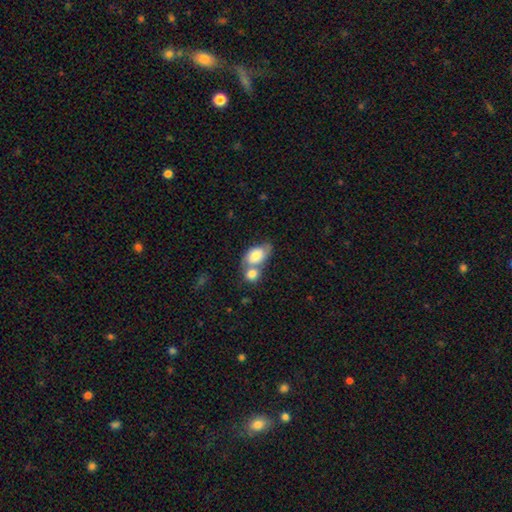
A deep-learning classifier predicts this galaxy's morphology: type=smooth (74%); roundness=in between (82%); merging=merger (60%).